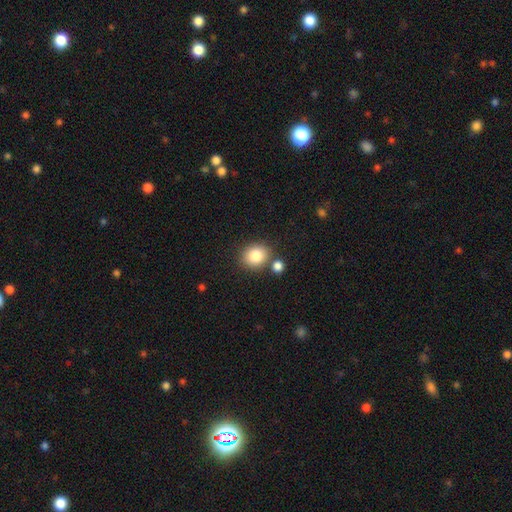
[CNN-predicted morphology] Q: Smooth or featured?
A: smooth (83%); runner-up: star or artifact (10%)
Q: How rounded?
A: round (70%); runner-up: in between (29%)
Q: Merging?
A: none (74%); runner-up: merger (14%)